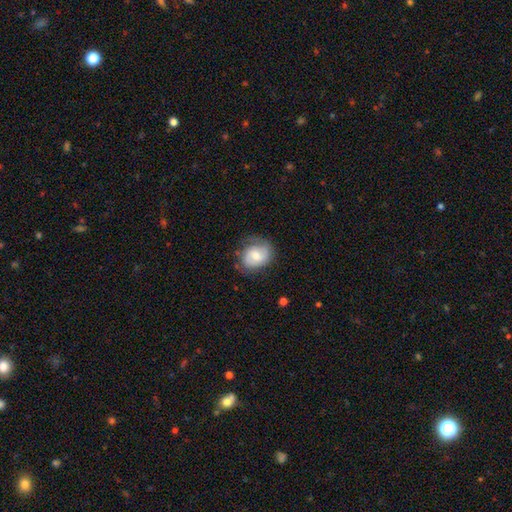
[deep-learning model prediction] Smooth or featured? Predicted: featured or disk (p=0.49). Merging? Predicted: none (p=0.64).